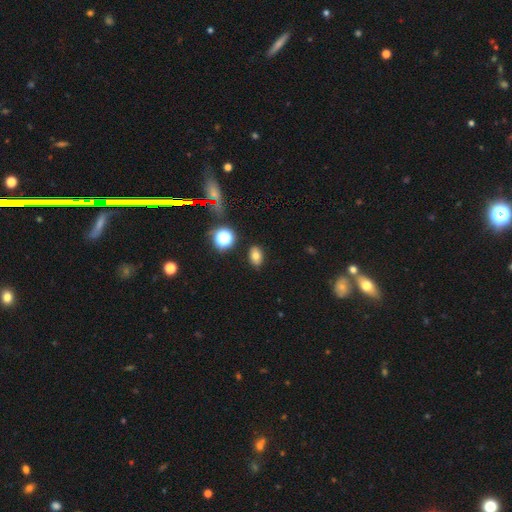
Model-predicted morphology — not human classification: A smooth galaxy with no disk features (71%) that is in between round and cigar-shaped (77%). Merging: none (86%).